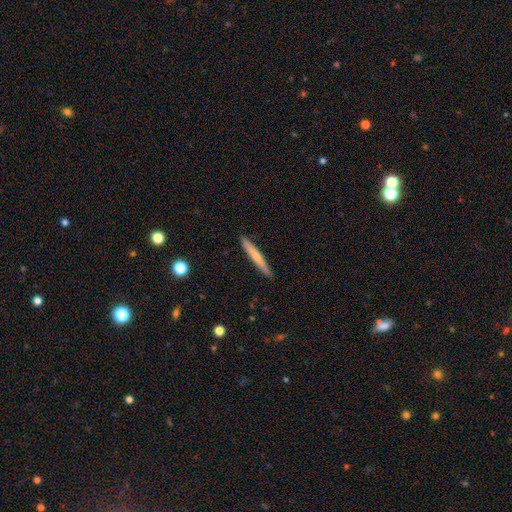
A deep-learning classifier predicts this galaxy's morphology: smooth 59%, featured or disk 35%, star or artifact 6%. Down the decision tree: how rounded — cigar-shaped (96%); merging — none (90%).